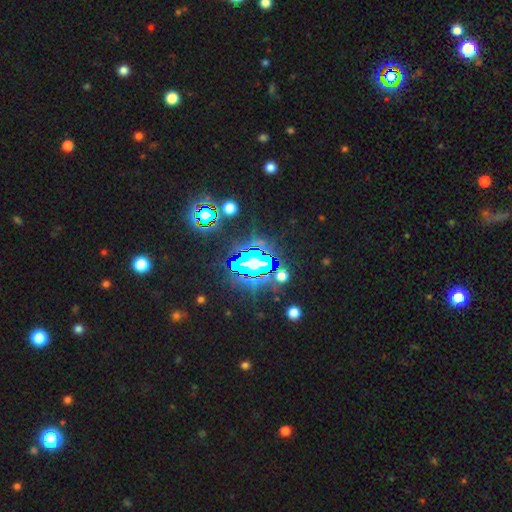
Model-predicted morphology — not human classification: star or artifact 84%, smooth 9%, featured or disk 7%.